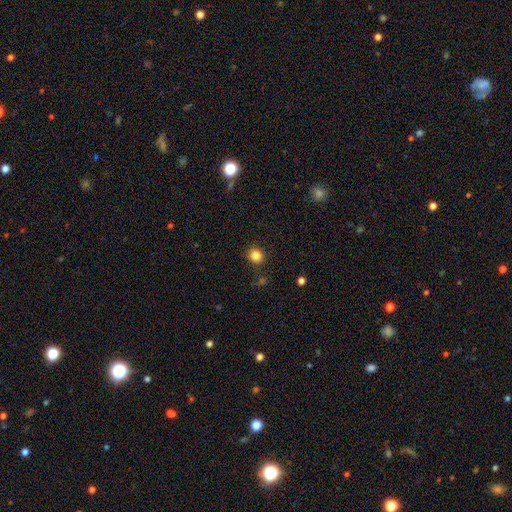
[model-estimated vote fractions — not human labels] This appears to be a smooth galaxy with no disk features (83%) that is round (85%). Merging: none (87%).